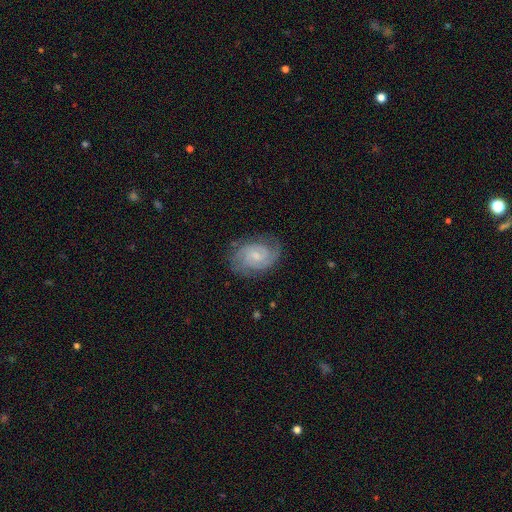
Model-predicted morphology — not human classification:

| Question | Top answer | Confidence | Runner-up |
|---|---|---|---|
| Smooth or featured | featured or disk | 82% | smooth (12%) |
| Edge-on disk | no | 98% | yes (2%) |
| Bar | no | 52% | weak (42%) |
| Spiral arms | yes | 96% | no (4%) |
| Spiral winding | tight | 57% | medium (35%) |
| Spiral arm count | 2 | 63% | can't tell (16%) |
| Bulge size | small | 62% | moderate (29%) |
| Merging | none | 75% | minor disturbance (17%) |